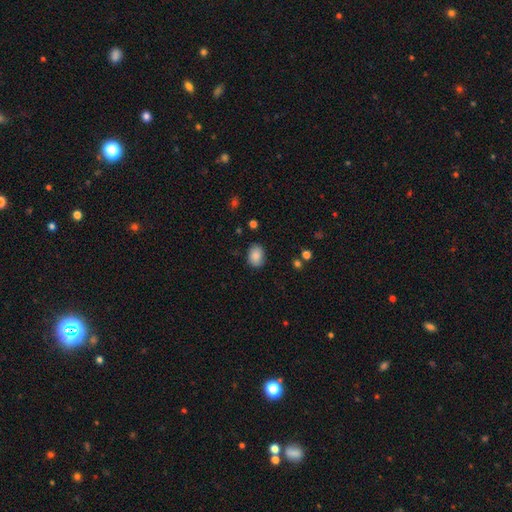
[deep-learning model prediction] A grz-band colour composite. It shows a smooth galaxy with no disk features (87%) that is in between round and cigar-shaped (76%). Merging: none (83%).